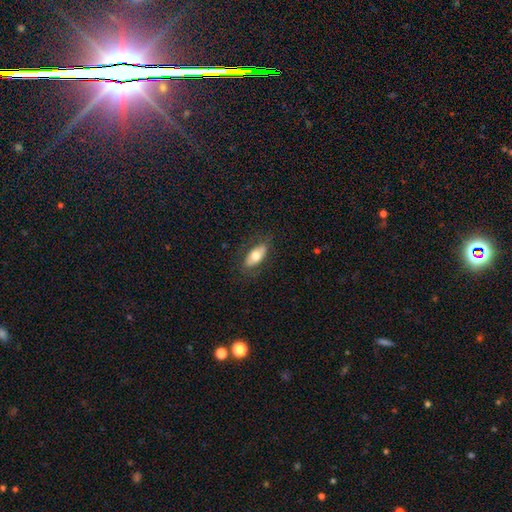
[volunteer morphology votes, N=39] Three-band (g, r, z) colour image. It shows a smooth galaxy with no disk features (74%) that is in between round and cigar-shaped (97%). Merging: none (86%).